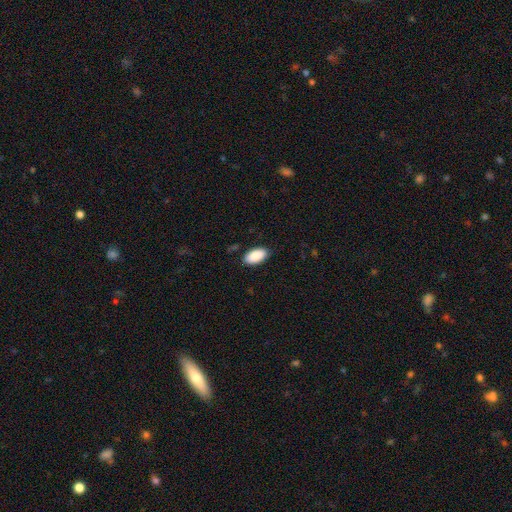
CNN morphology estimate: smooth_or_featured: smooth (p=0.89) [alt: star or artifact p=0.06]
how_rounded: in between (p=0.95) [alt: cigar-shaped p=0.03]
merging: none (p=0.86) [alt: minor disturbance p=0.11]